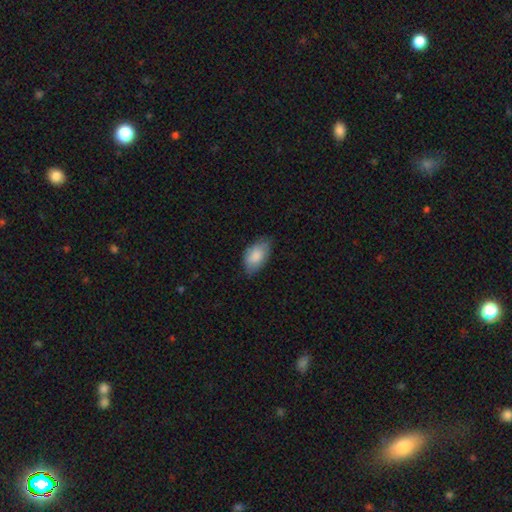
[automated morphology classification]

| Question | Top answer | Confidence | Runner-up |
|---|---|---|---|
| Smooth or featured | smooth | 84% | featured or disk (10%) |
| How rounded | in between | 94% | round (4%) |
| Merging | none | 69% | minor disturbance (26%) |